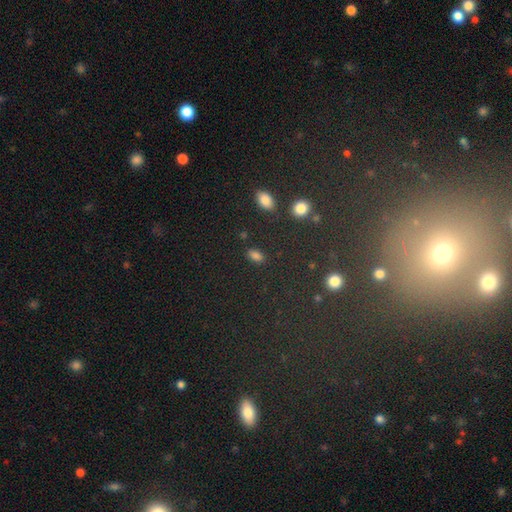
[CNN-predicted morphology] This is clearly a smooth galaxy (82%). How rounded: clearly in between (89%). Merging: clearly none (82%).